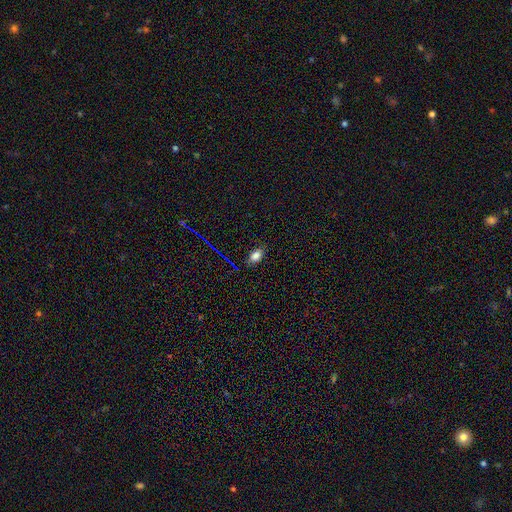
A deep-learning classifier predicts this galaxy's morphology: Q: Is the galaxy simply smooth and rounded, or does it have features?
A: smooth — 79%.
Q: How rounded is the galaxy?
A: in between — 89%.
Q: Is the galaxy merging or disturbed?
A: none — 82%.